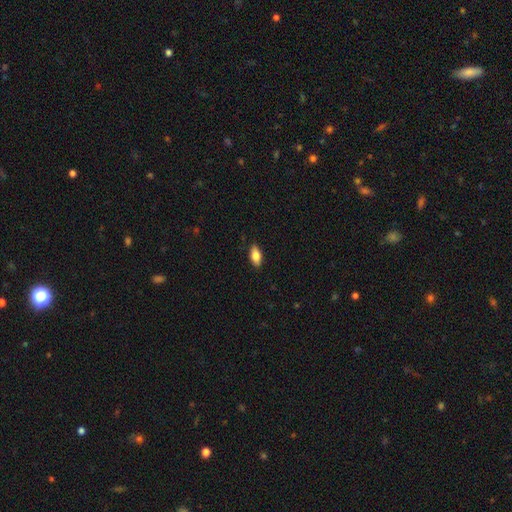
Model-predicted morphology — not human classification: Smooth or featured?
  - smooth: 79% *
  - featured or disk: 14%
  - star or artifact: 7%
How rounded?
  - in between: 88% *
  - cigar-shaped: 9%
  - round: 3%
Merging?
  - none: 88% *
  - minor disturbance: 9%
  - major disturbance: 2%
  - merger: 1%